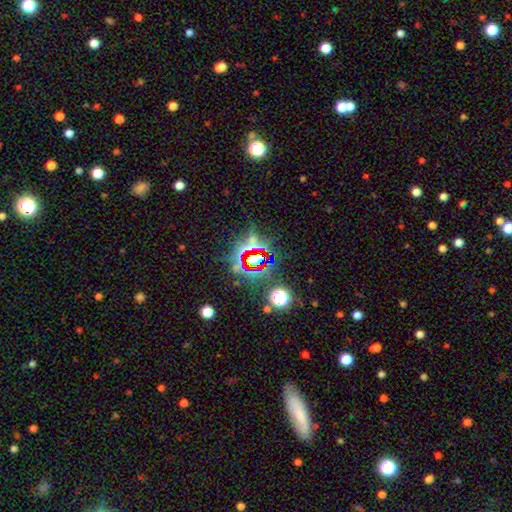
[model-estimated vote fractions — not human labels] star or artifact 73%, smooth 16%, featured or disk 11%.